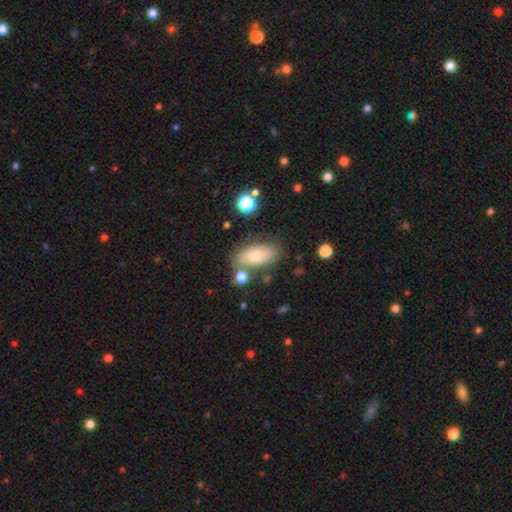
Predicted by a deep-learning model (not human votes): This appears to be a smooth galaxy with no disk features (64%) that is in between round and cigar-shaped (89%). Merging: none (69%).